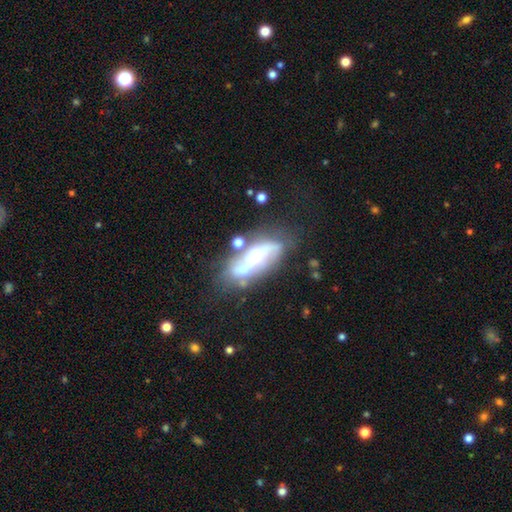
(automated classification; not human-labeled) The model was most divided on "bar": no: 50%, weak: 29%, strong: 22%. More confident: edge-on disk — no (83%); smooth or featured — featured or disk (75%); spiral arms — yes (70%); bulge size — moderate (62%); merging — none (51%).